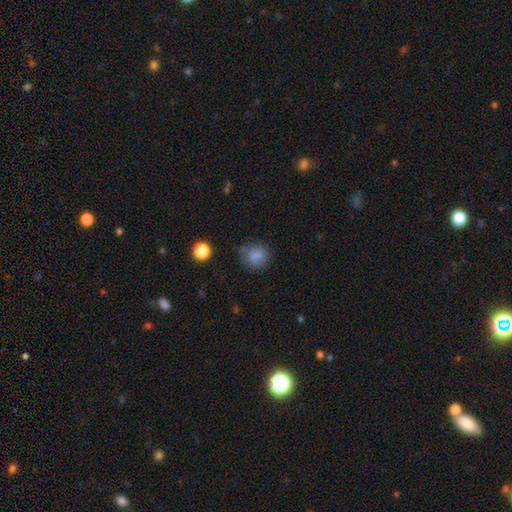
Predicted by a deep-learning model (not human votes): This is clearly a smooth galaxy (82%). How rounded: likely round (77%). Merging: likely none (66%).